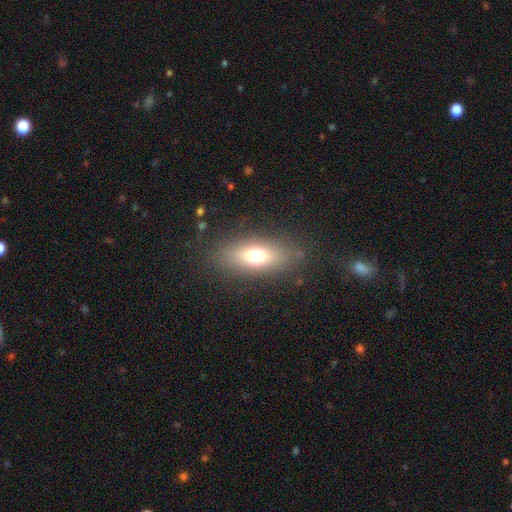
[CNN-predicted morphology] smooth 67%, featured or disk 20%, star or artifact 13%. Down the decision tree: how rounded — in between (75%); merging — none (83%).